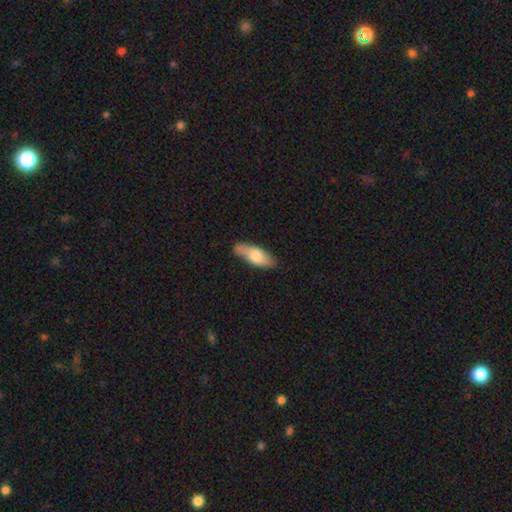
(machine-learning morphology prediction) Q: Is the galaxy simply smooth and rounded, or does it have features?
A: smooth — 71%.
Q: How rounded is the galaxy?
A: in between — 70%.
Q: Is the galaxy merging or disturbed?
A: none — 73%.